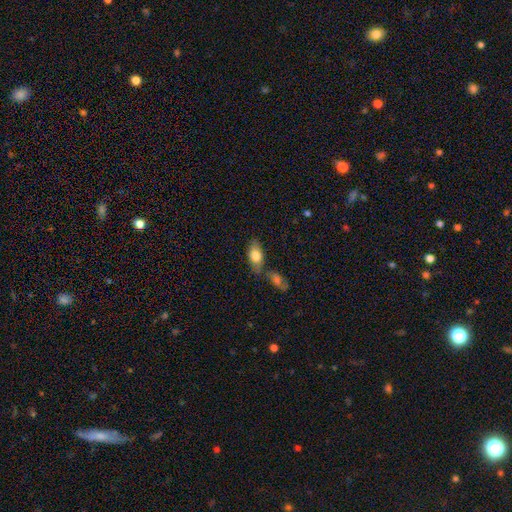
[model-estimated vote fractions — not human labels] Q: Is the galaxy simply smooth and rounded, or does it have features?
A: smooth — 76%.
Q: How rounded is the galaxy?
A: in between — 88%.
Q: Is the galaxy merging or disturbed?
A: none — 58%.